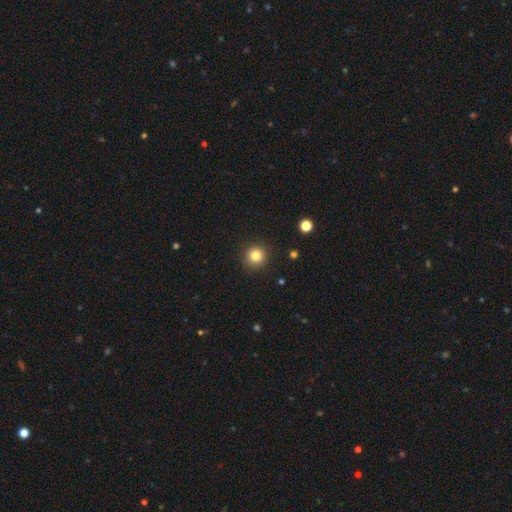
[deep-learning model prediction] The model was most divided on "smooth or featured": smooth: 82%, star or artifact: 11%, featured or disk: 6%. More confident: how rounded — round (94%); merging — none (91%).